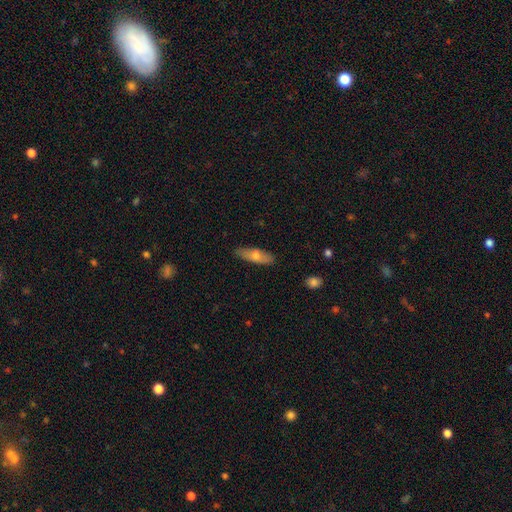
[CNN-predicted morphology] Smooth or featured?
  - smooth: 63% *
  - featured or disk: 31%
  - star or artifact: 6%
How rounded?
  - cigar-shaped: 51% *
  - in between: 47%
  - round: 3%
Merging?
  - none: 86% *
  - minor disturbance: 11%
  - major disturbance: 2%
  - merger: 1%